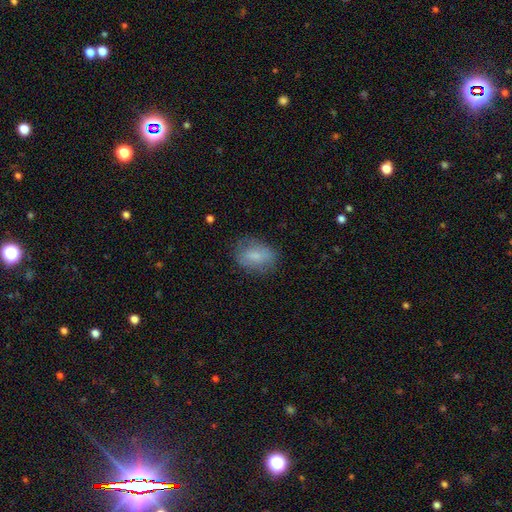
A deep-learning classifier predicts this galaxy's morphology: Q: Smooth or featured?
A: smooth (76%); runner-up: featured or disk (16%)
Q: How rounded?
A: in between (78%); runner-up: round (21%)
Q: Merging?
A: none (73%); runner-up: minor disturbance (19%)